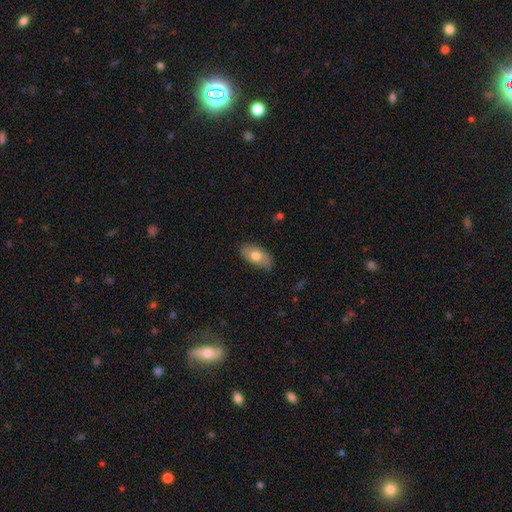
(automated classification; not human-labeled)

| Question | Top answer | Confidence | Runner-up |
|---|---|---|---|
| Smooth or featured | smooth | 72% | featured or disk (21%) |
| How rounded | in between | 93% | round (5%) |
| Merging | none | 76% | minor disturbance (20%) |